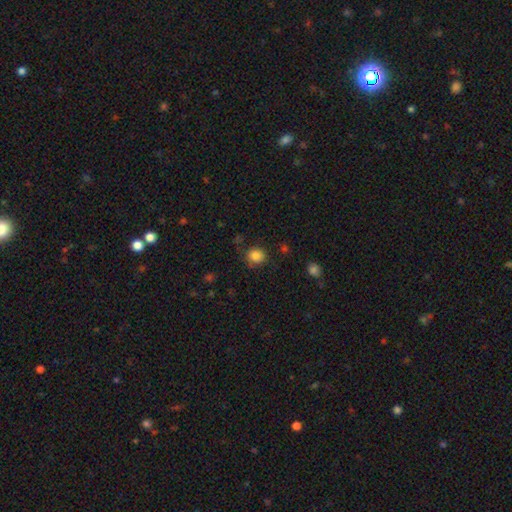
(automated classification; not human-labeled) Morphology: type=smooth (84%); roundness=round (84%); merging=none (82%).